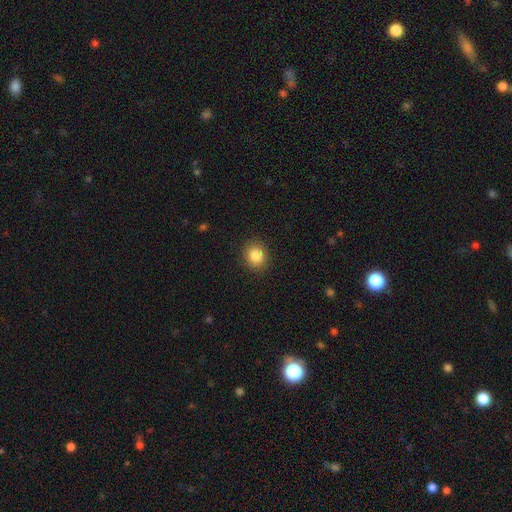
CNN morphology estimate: This is clearly a smooth galaxy (85%). How rounded: likely round (72%). Merging: clearly none (88%).